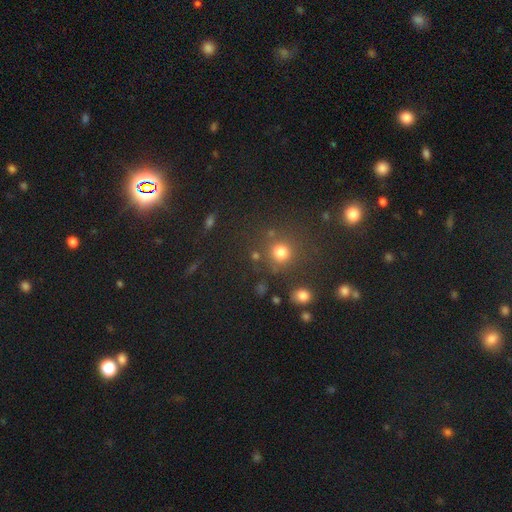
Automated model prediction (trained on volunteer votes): Smooth or featured?
  - smooth: 62% *
  - star or artifact: 31%
  - featured or disk: 7%
How rounded?
  - round: 91% *
  - in between: 7%
  - cigar-shaped: 1%
Merging?
  - none: 80% *
  - minor disturbance: 9%
  - merger: 7%
  - major disturbance: 4%